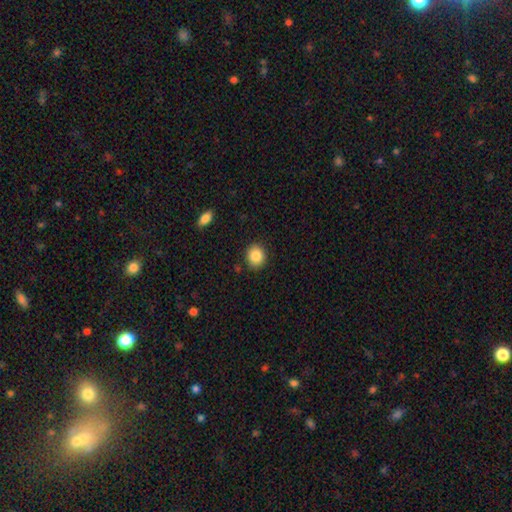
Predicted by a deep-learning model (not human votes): Morphology: type=smooth (86%); roundness=round (77%); merging=none (89%).